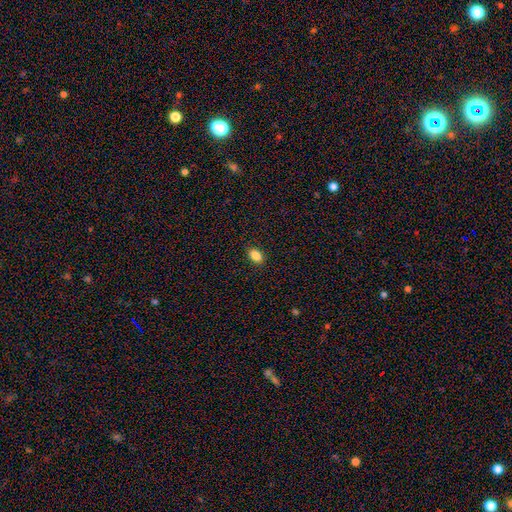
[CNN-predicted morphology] This is clearly a smooth galaxy (87%). How rounded: clearly in between (85%). Merging: clearly none (90%).